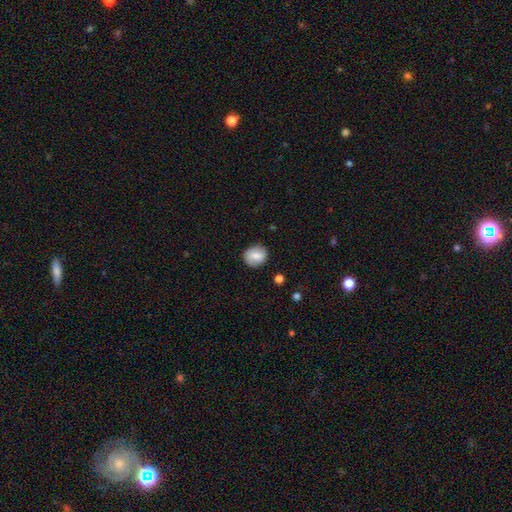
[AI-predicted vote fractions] Q: Smooth or featured?
A: smooth (74%); runner-up: featured or disk (18%)
Q: How rounded?
A: round (70%); runner-up: in between (29%)
Q: Merging?
A: none (84%); runner-up: minor disturbance (11%)